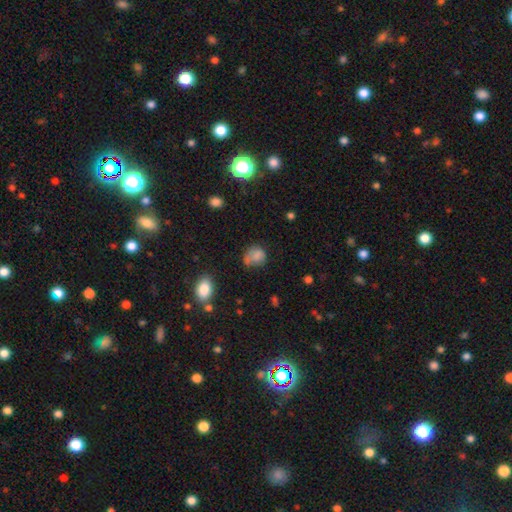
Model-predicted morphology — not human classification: Overall: smooth (77%). How rounded: round (55%; in between 44%). Merging: none (44%; minor disturbance 32%).